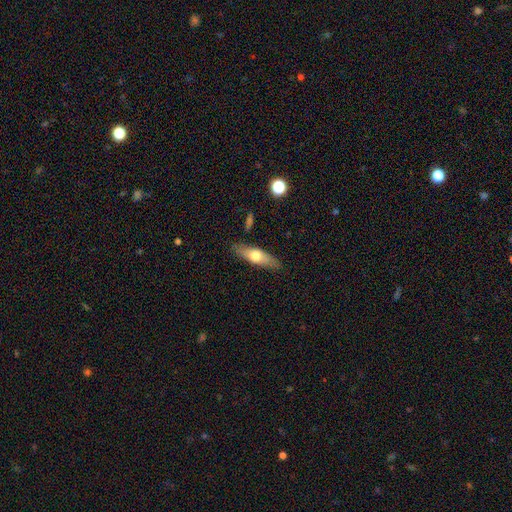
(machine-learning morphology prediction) A smooth galaxy with no disk features (55%) that is cigar-shaped (51%). Merging: none (84%).